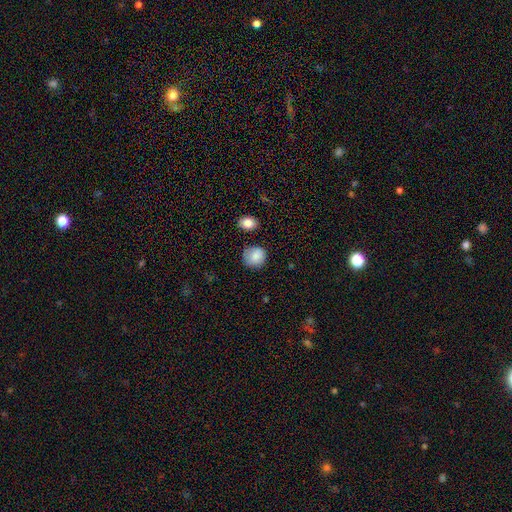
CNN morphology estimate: The model was most divided on "merging": none: 74%, minor disturbance: 18%, major disturbance: 4%, merger: 4%. More confident: smooth or featured — smooth (85%); how rounded — round (84%).